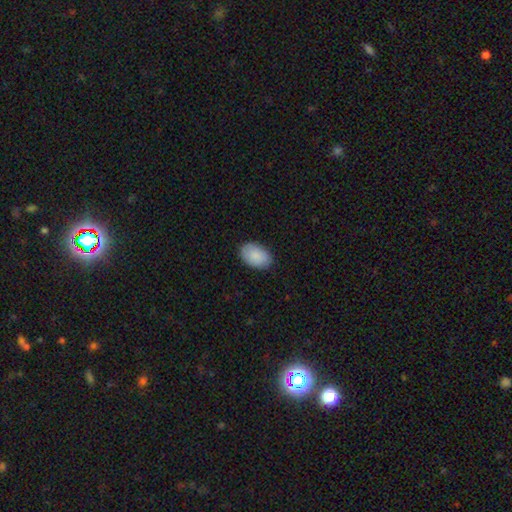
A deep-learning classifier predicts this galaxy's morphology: A smooth galaxy with no disk features (87%) that is in between round and cigar-shaped (89%). Merging: none (86%).